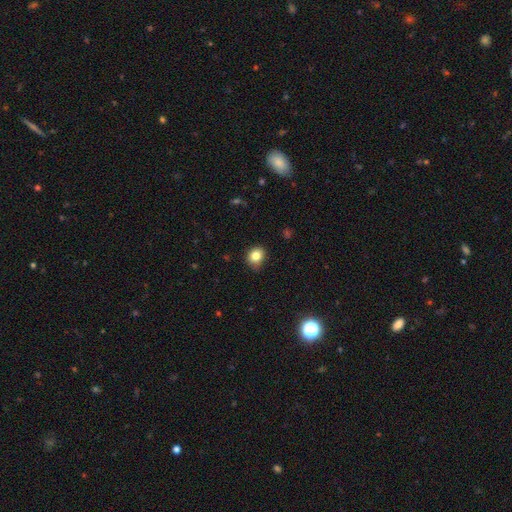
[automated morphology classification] A smooth galaxy with no disk features (82%) that is round (63%). Merging: none (76%).